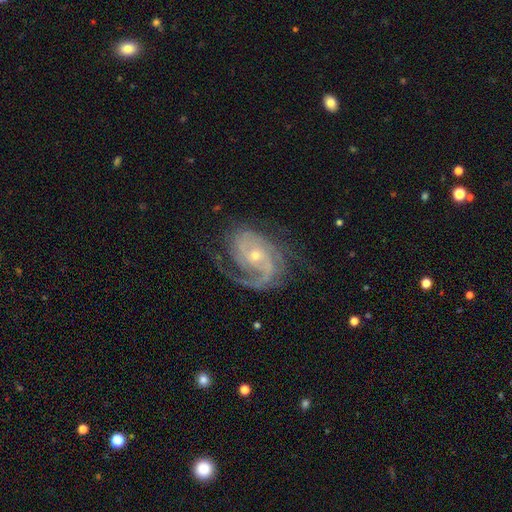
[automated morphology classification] type=featured or disk (91%); edge-on=no (97%); bar=no (63%); spiral arms=yes (98%); winding=tight (47%); arm count=2 (47%); bulge=small (64%); merging=none (64%).